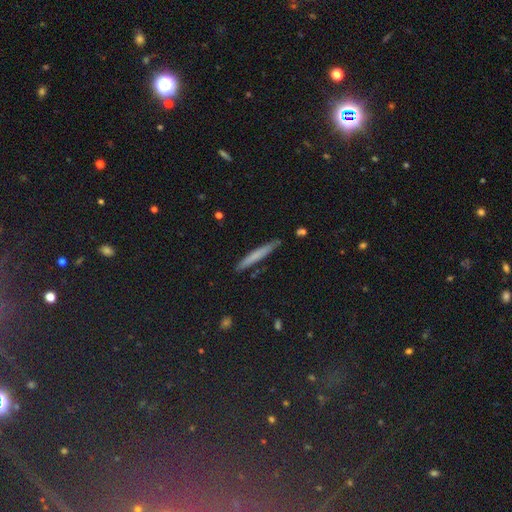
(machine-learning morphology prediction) smooth-or-featured: smooth: 64% | featured or disk: 26% | star or artifact: 11%
  how-rounded: cigar-shaped: 95% | in between: 3% | round: 2%
  merging: none: 88% | minor disturbance: 9% | merger: 2% | major disturbance: 2%